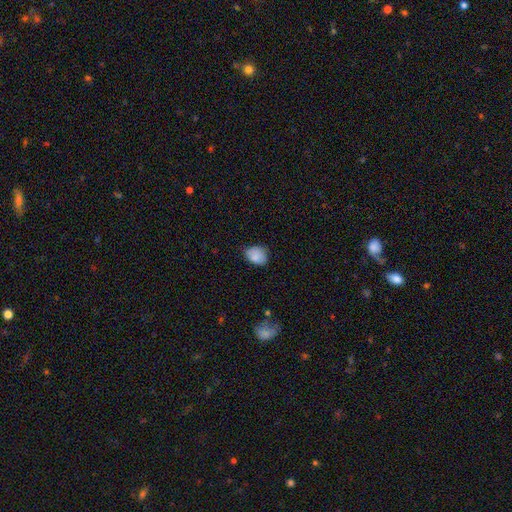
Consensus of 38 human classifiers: Q: Smooth or featured?
A: smooth (87%); runner-up: star or artifact (8%)
Q: How rounded?
A: in between (70%); runner-up: round (30%)
Q: Merging?
A: none (46%); runner-up: minor disturbance (40%)